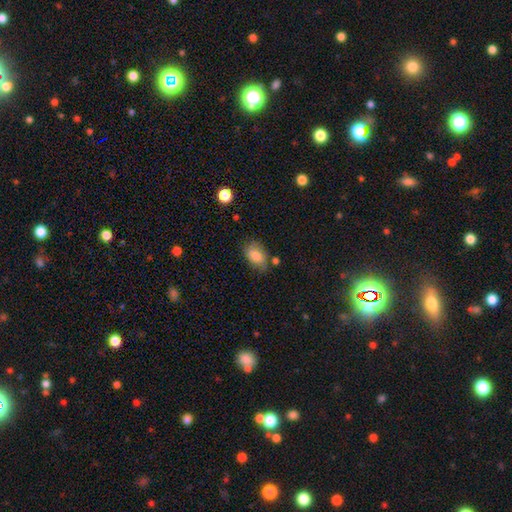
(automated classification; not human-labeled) A smooth galaxy with no disk features (80%) that is in between round and cigar-shaped (85%).

Vote fractions:
- Smooth or featured? smooth: 80% / featured or disk: 11% / star or artifact: 9%
- How rounded? in between: 85% / round: 13% / cigar-shaped: 2%
- Merging? none: 67% / minor disturbance: 23% / merger: 5% / major disturbance: 5%